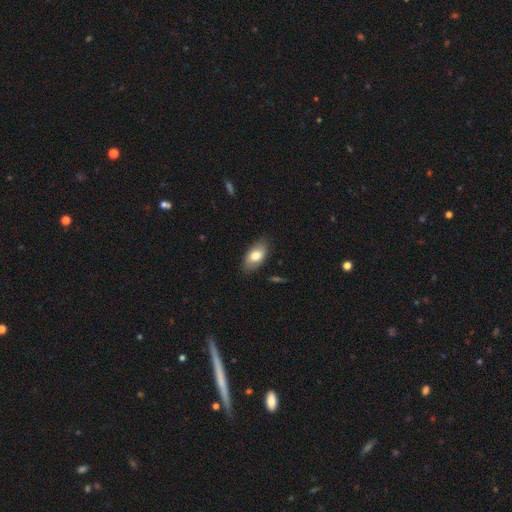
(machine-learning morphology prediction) type=smooth (77%); roundness=in between (93%); merging=none (83%).